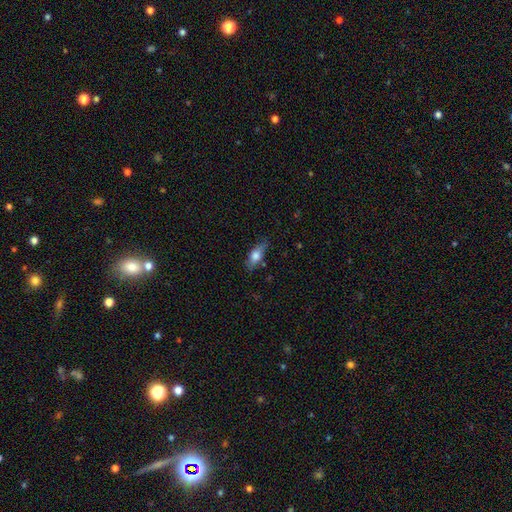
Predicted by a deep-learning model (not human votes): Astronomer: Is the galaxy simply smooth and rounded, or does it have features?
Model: smooth — 70%.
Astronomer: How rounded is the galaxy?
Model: in between — 72%.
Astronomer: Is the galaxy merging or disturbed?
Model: none — 73%.